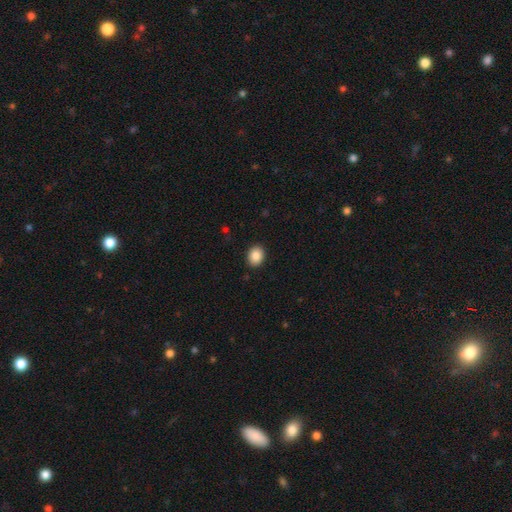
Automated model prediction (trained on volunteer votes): Smooth or featured? Predicted: smooth (p=0.88). How rounded? Predicted: in between (p=0.56). Merging? Predicted: none (p=0.90).